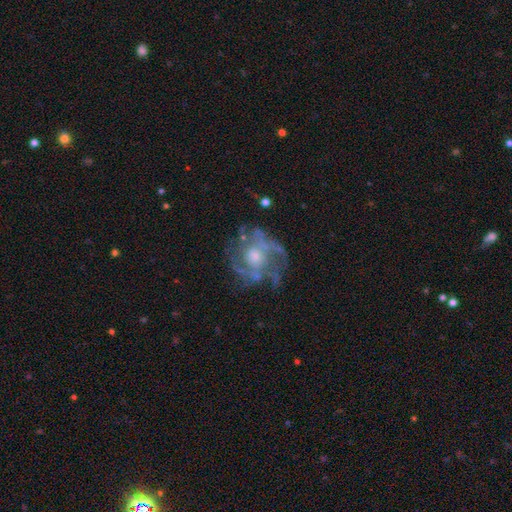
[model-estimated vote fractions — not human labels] Overall: featured or disk (81%). Edge-on disk: no (97%). Bar: no (75%). Spiral arms: yes (80%). Spiral arm count: can't tell (34%; 3 22%). Spiral winding: medium (44%; tight 37%). Bulge size: moderate (56%; small 29%). Merging: none (63%).